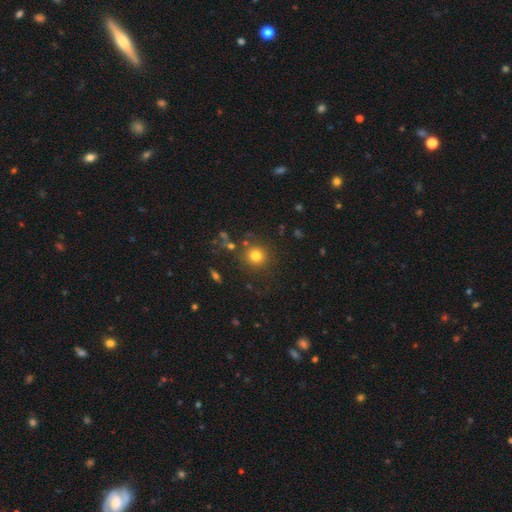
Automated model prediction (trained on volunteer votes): Smooth or featured? Predicted: smooth (p=0.78). How rounded? Predicted: round (p=0.92). Merging? Predicted: none (p=0.84).